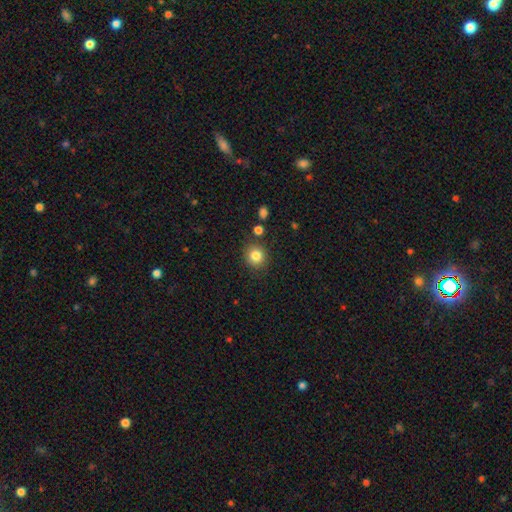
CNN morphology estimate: The model was most divided on "smooth or featured": smooth: 84%, star or artifact: 11%, featured or disk: 6%. More confident: how rounded — round (88%); merging — none (84%).